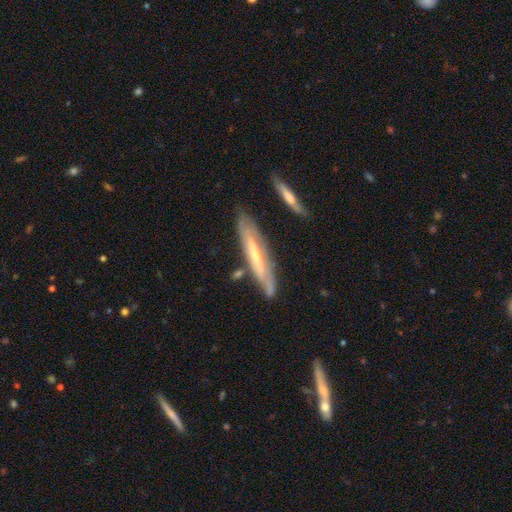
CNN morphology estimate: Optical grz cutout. It shows a featured or disk galaxy (69%) viewed edge-on (60%). Merging: none (75%).